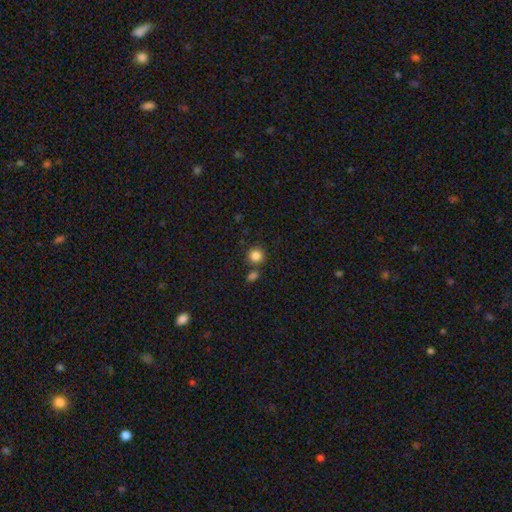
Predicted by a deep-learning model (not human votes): Q: Smooth or featured?
A: smooth (85%); runner-up: star or artifact (11%)
Q: How rounded?
A: round (91%); runner-up: in between (8%)
Q: Merging?
A: none (74%); runner-up: merger (15%)